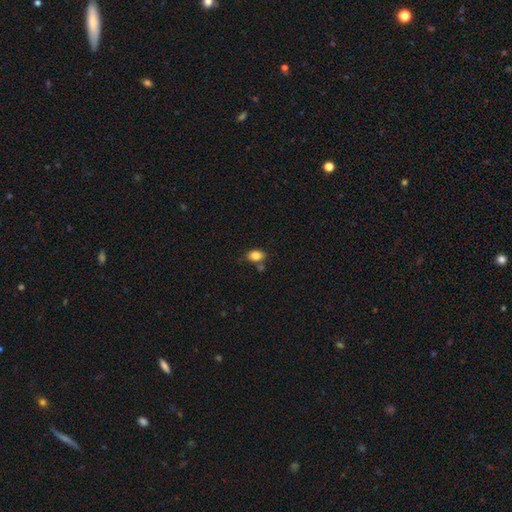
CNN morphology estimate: smooth-or-featured: smooth: 84% | star or artifact: 9% | featured or disk: 7%
  how-rounded: in between: 82% | round: 16% | cigar-shaped: 1%
  merging: none: 68% | minor disturbance: 15% | merger: 12% | major disturbance: 4%